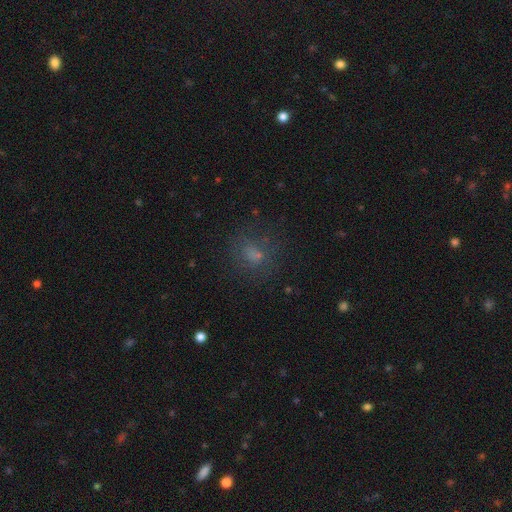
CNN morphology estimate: This appears to be a smooth galaxy with no disk features (62%) that is round (63%). Merging: none (75%).